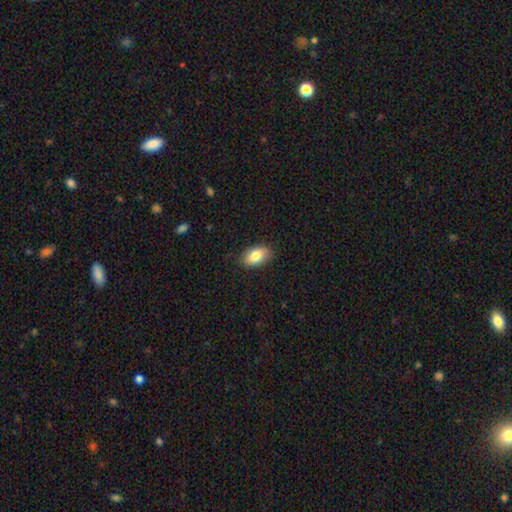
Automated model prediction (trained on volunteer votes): Q: Smooth or featured?
A: smooth (83%); runner-up: featured or disk (10%)
Q: How rounded?
A: in between (91%); runner-up: round (7%)
Q: Merging?
A: none (86%); runner-up: minor disturbance (11%)